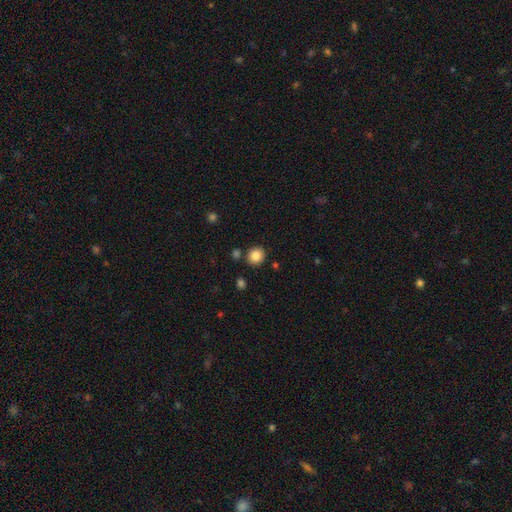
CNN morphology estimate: A smooth galaxy with no disk features (84%) that is round (87%).

Vote fractions:
- Smooth or featured? smooth: 84% / star or artifact: 10% / featured or disk: 6%
- How rounded? round: 87% / in between: 12% / cigar-shaped: 1%
- Merging? none: 85% / minor disturbance: 8% / merger: 5% / major disturbance: 2%